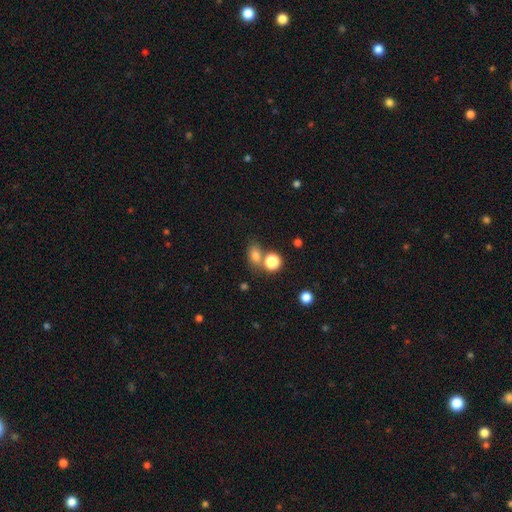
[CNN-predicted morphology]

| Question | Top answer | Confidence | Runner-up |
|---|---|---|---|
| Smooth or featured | smooth | 77% | star or artifact (15%) |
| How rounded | in between | 63% | round (35%) |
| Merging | none | 56% | merger (28%) |